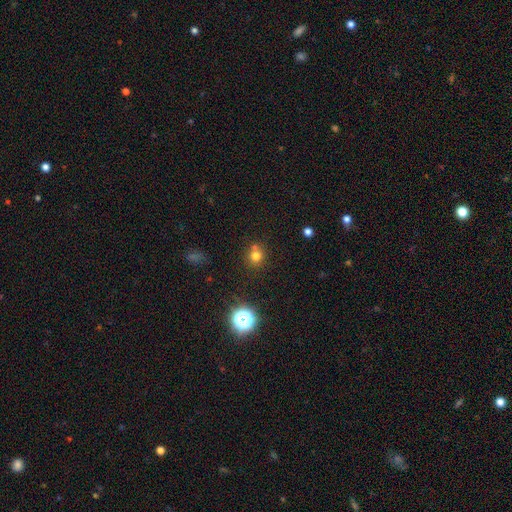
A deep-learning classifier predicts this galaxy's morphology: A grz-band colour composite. It shows a smooth galaxy with no disk features (73%) that is round (87%). Merging: none (64%).